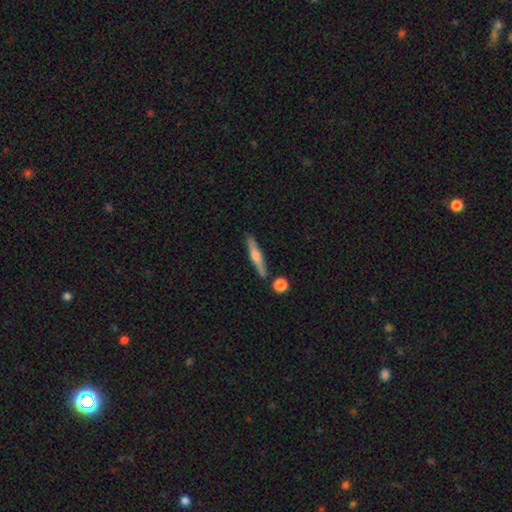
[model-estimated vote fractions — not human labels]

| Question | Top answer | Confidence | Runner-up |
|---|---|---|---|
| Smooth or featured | featured or disk | 57% | smooth (36%) |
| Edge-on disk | yes | 96% | no (4%) |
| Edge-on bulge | rounded | 86% | none (7%) |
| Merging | none | 84% | minor disturbance (8%) |